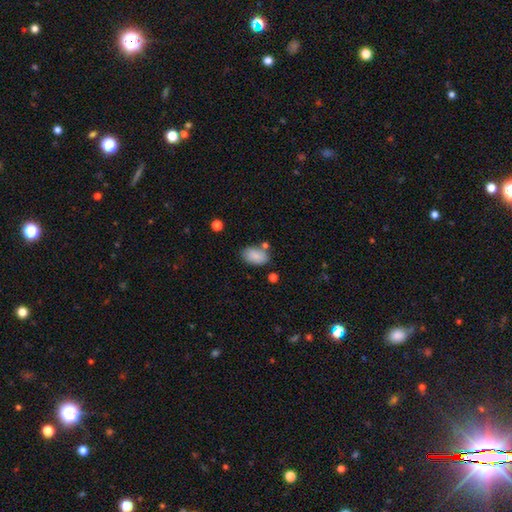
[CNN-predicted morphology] Smooth or featured: smooth — 87% (star or artifact — 7%)
How rounded: in between — 92% (round — 7%)
Merging: none — 71% (minor disturbance — 16%)